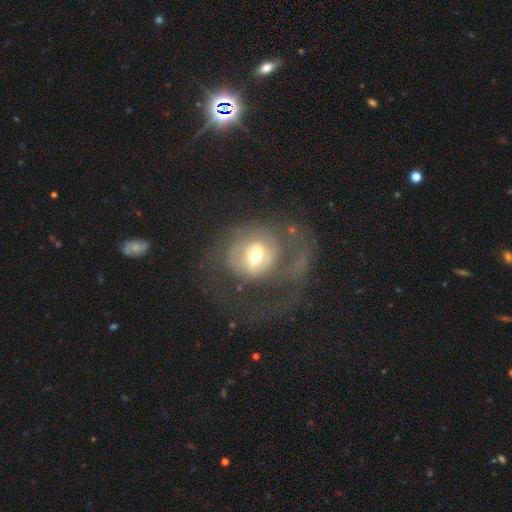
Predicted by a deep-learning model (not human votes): A featured or disk galaxy (57%) with no bar (48%), no spiral arms (50%, tied with yes) and a moderate central bulge (66%).

Vote fractions:
- Smooth or featured? featured or disk: 57% / smooth: 34% / star or artifact: 9%
- Edge-on disk? no: 96% / yes: 4%
- Bar? no: 48% / weak: 37% / strong: 15%
- Spiral arms? no: 50% (tied) / yes: 50% (tied)
- Bulge size? moderate: 66% / small: 15% / large: 15% / dominant: 2% / none: 1%
- Merging? major disturbance: 53% / none: 29% / minor disturbance: 16% / merger: 3%